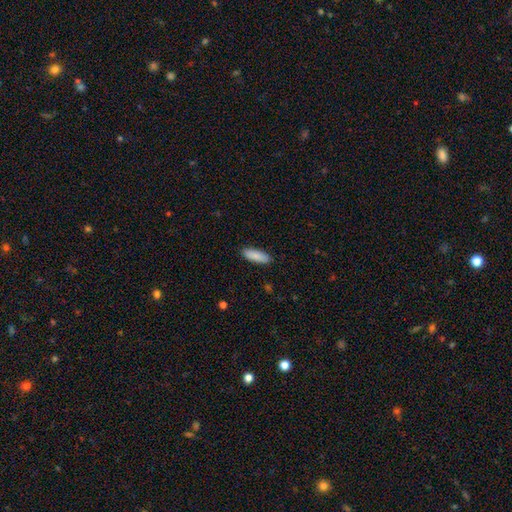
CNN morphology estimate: smooth-or-featured: smooth: 89% | star or artifact: 6% | featured or disk: 5%
  how-rounded: in between: 59% | cigar-shaped: 39% | round: 2%
  merging: none: 90% | minor disturbance: 8% | major disturbance: 2% | merger: 1%